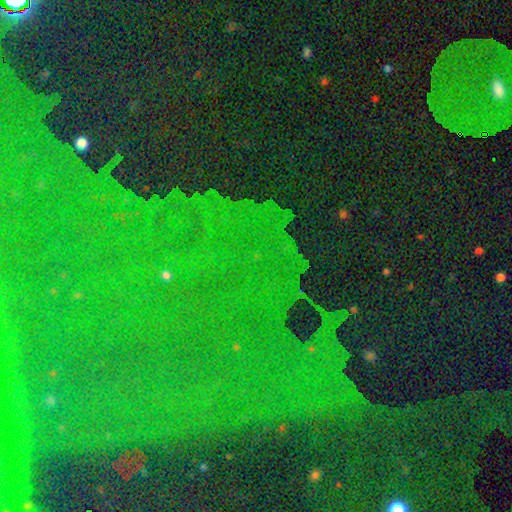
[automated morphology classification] Smooth or featured: star or artifact — 86% (featured or disk — 8%)